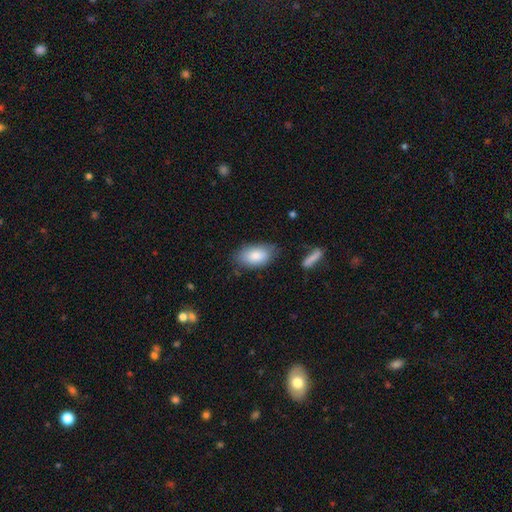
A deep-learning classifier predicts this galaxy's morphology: Overall: smooth (84%). How rounded: in between (93%). Merging: none (74%).